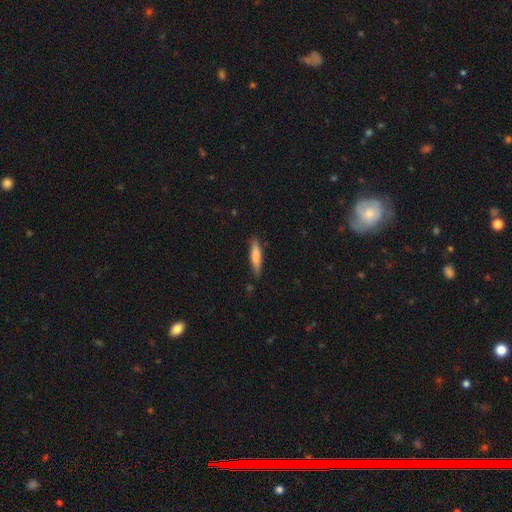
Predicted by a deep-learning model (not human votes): smooth 76%, featured or disk 19%, star or artifact 5%. Down the decision tree: how rounded — cigar-shaped (82%); merging — none (82%).